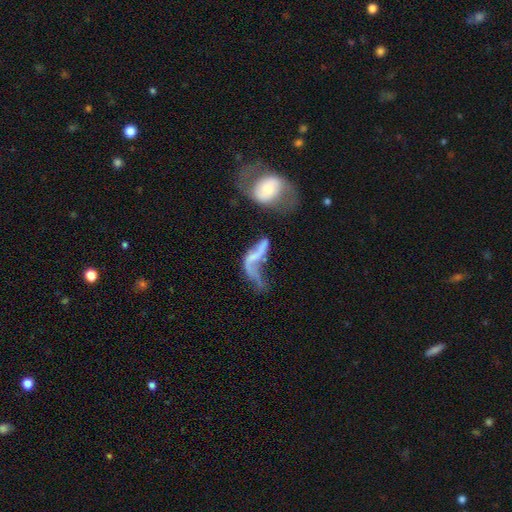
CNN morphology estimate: smooth_or_featured: featured or disk (p=0.69) [alt: smooth p=0.21]
disk_edge_on: no (p=0.92) [alt: yes p=0.08]
bar: no (p=0.52) [alt: weak p=0.27]
has_spiral_arms: yes (p=0.67) [alt: no p=0.33]
bulge_size: none (p=0.52) [alt: small p=0.33]
merging: major disturbance (p=0.34) [alt: merger p=0.32]